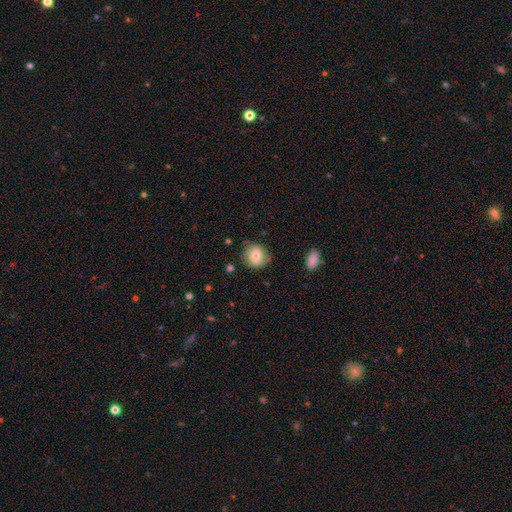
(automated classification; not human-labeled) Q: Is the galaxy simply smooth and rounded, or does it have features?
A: smooth — 71%.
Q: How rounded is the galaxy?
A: round — 80%.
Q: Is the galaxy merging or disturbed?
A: none — 74%.